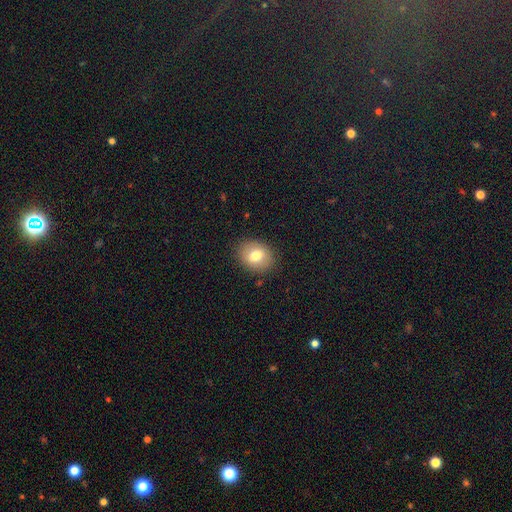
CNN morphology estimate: Smooth or featured?
  - smooth: 74% *
  - featured or disk: 17%
  - star or artifact: 9%
How rounded?
  - in between: 50% *
  - round: 49%
  - cigar-shaped: 1%
Merging?
  - none: 86% *
  - minor disturbance: 9%
  - major disturbance: 3%
  - merger: 1%